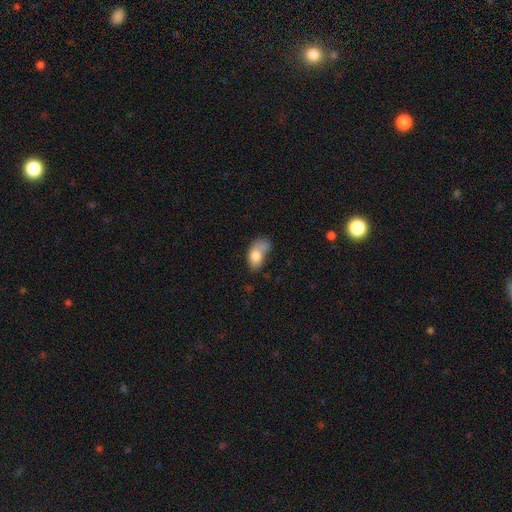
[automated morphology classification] The model was most divided on "merging": merger: 26%, minor disturbance: 25%, major disturbance: 24%, none: 24%. More confident: how rounded — in between (87%); smooth or featured — smooth (76%).